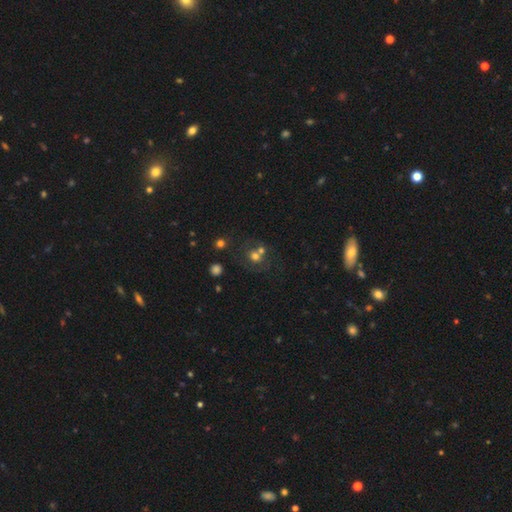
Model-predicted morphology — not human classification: Smooth or featured? smooth (58%)
How rounded? round (78%)
Merging? none (41%, tied with merger)